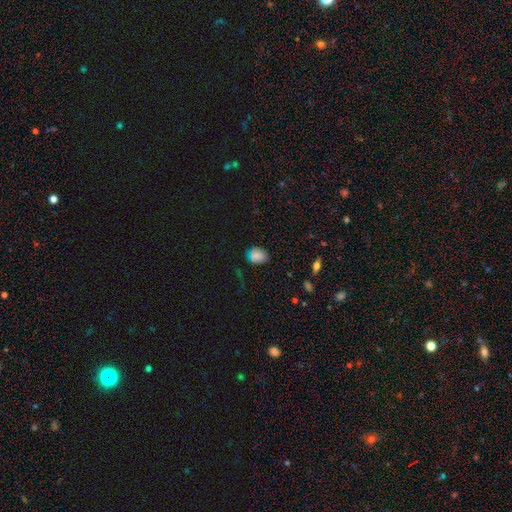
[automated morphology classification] Q: Smooth or featured?
A: smooth (77%); runner-up: star or artifact (15%)
Q: How rounded?
A: in between (61%); runner-up: round (38%)
Q: Merging?
A: none (72%); runner-up: minor disturbance (21%)